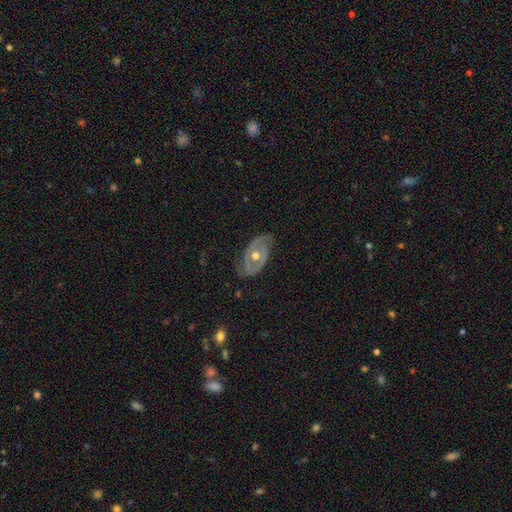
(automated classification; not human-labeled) A featured or disk galaxy (75%) with no bar (77%), spiral arms (60%) and a moderate central bulge (80%). Merging: none (72%).